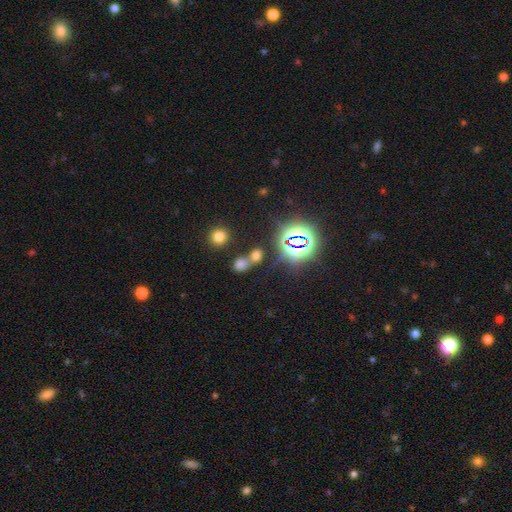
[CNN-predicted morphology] A smooth galaxy with no disk features (51%) that is in between round and cigar-shaped (49%).

Vote fractions:
- Smooth or featured? smooth: 51% / star or artifact: 40% / featured or disk: 9%
- How rounded? in between: 49% / round: 48% / cigar-shaped: 3%
- Merging? merger: 45% / none: 42% / minor disturbance: 8% / major disturbance: 5%